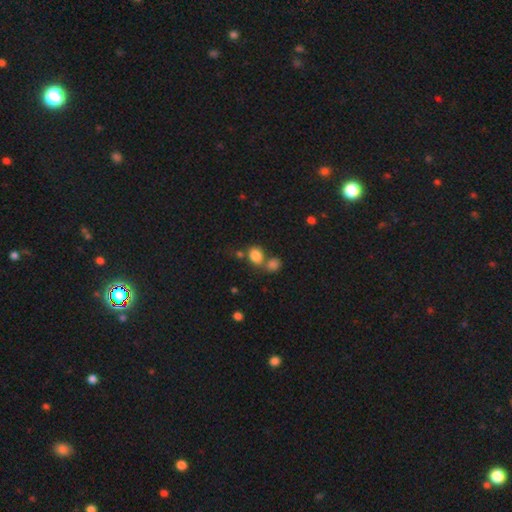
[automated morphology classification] This is clearly a smooth galaxy (82%). How rounded: possibly round (51%). Merging: possibly none (46%).